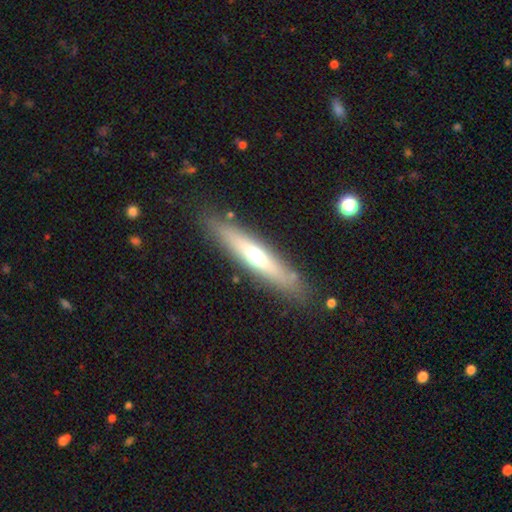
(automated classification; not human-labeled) This is possibly a featured or disk galaxy (49%). Merging: clearly none (85%).